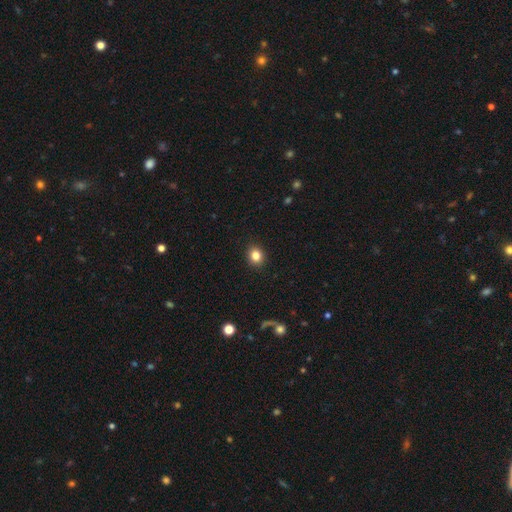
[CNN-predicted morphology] Smooth or featured: smooth — 84% (star or artifact — 10%)
How rounded: round — 71% (in between — 28%)
Merging: none — 92% (minor disturbance — 6%)